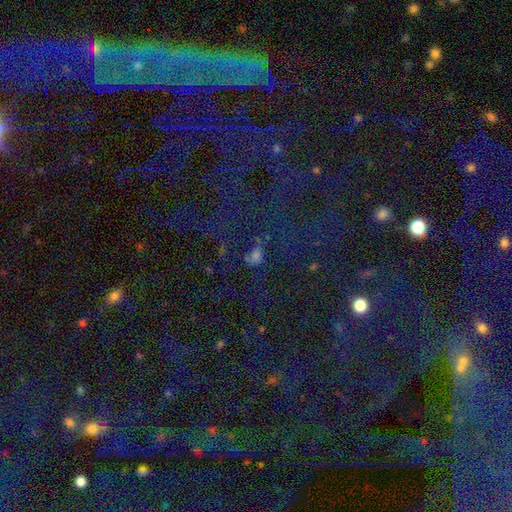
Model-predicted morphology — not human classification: star or artifact 52%, smooth 37%, featured or disk 11%.